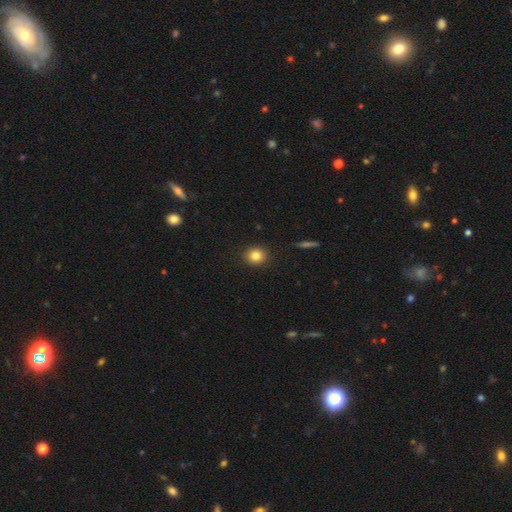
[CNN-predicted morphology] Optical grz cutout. It shows a smooth galaxy with no disk features (83%) that is round (80%). Merging: none (90%).